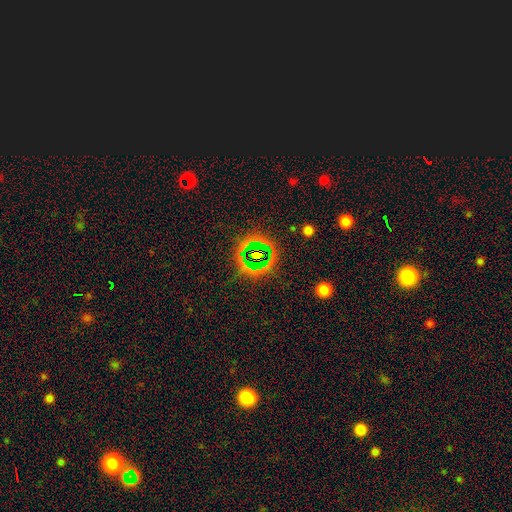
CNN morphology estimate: type=star or artifact (74%).